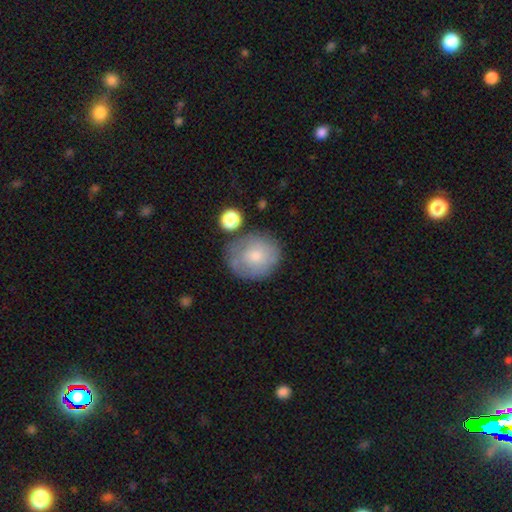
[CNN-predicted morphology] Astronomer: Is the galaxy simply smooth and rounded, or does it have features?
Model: smooth — 66%.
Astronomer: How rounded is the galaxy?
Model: round — 79%.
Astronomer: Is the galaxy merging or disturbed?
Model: none — 66%.